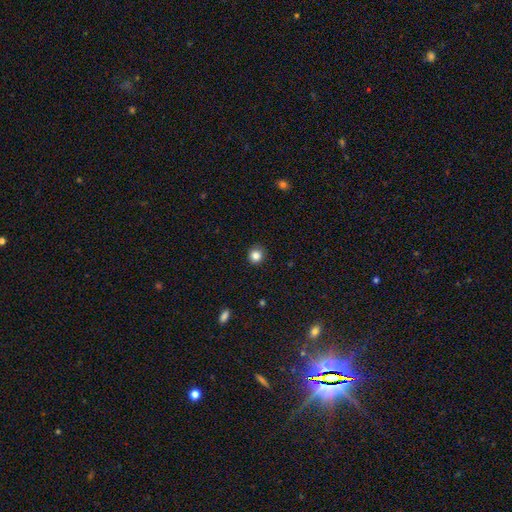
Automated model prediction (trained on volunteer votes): Smooth or featured: smooth — 84% (star or artifact — 11%)
How rounded: round — 91% (in between — 9%)
Merging: none — 89% (minor disturbance — 8%)